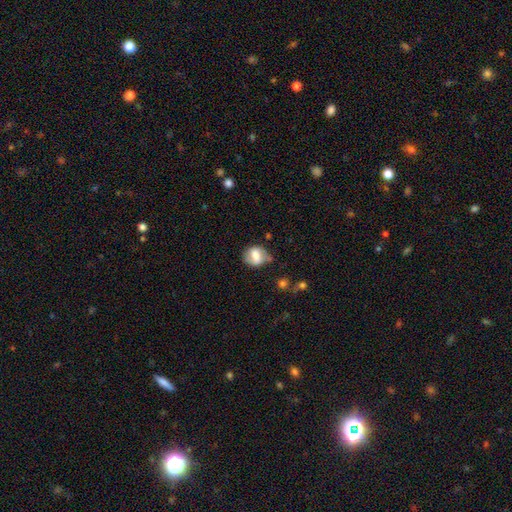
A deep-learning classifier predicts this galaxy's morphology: smooth-or-featured: smooth: 56% | featured or disk: 36% | star or artifact: 8%
  how-rounded: in between: 49% (tied) | round: 49% (tied) | cigar-shaped: 2%
  merging: none: 58% | minor disturbance: 27% | major disturbance: 11% | merger: 5%